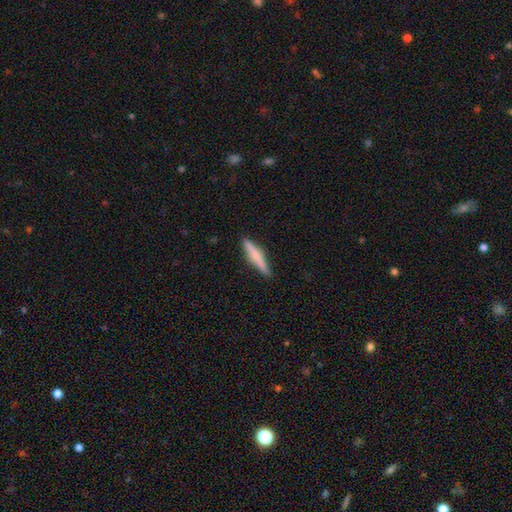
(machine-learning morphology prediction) This is possibly a smooth galaxy (57%). How rounded: clearly cigar-shaped (90%). Merging: clearly none (88%).